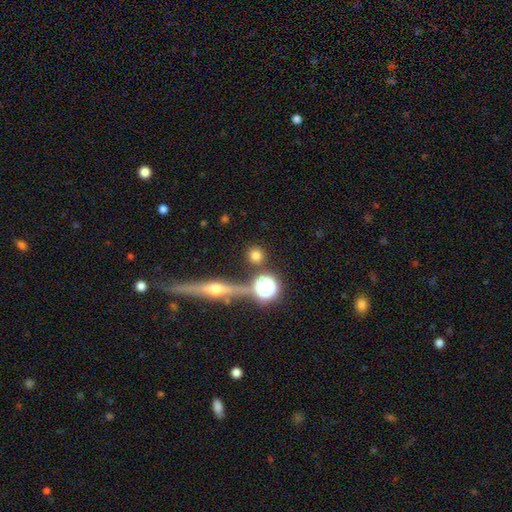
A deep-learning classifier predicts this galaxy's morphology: Smooth or featured: smooth — 73% (star or artifact — 15%)
How rounded: round — 90% (in between — 7%)
Merging: none — 85% (minor disturbance — 6%)